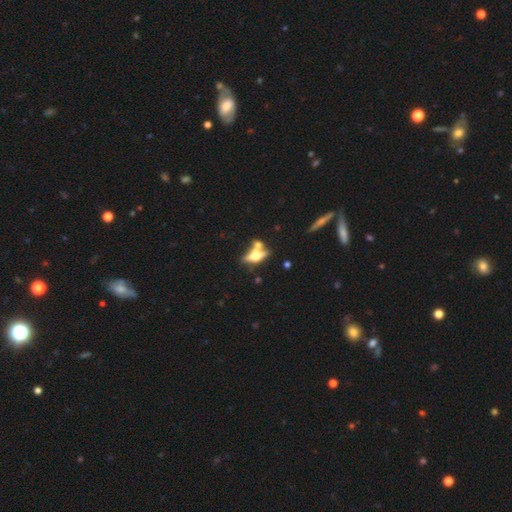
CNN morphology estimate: Overall: featured or disk (55%; smooth 36%). Edge-on disk: yes (74%). Merging: merger (42%; none 37%).